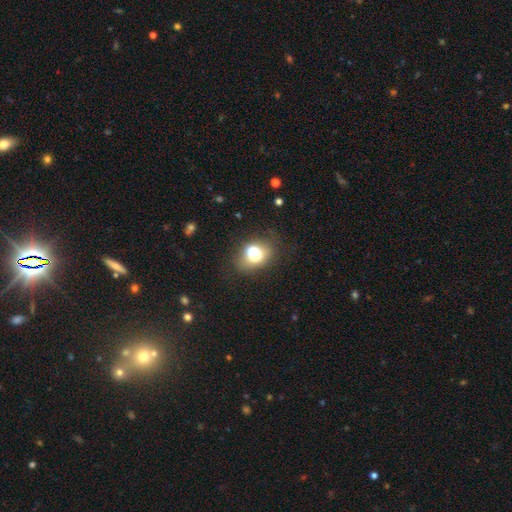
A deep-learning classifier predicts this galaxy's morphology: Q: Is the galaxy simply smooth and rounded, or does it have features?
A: smooth — 64%.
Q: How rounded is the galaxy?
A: in between — 51%.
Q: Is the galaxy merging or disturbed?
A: none — 60%.